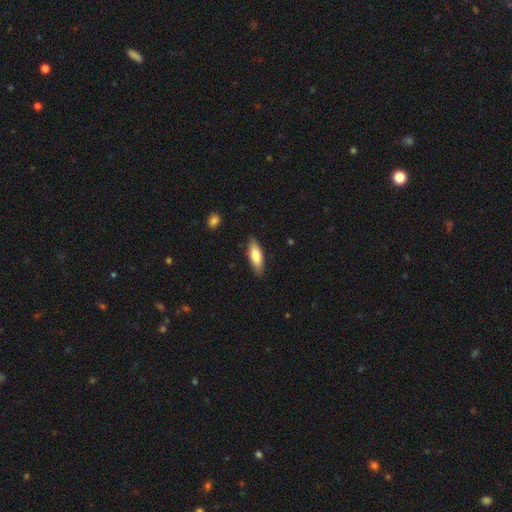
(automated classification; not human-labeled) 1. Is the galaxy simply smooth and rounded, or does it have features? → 82% smooth, 13% featured or disk, 5% star or artifact.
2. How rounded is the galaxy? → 59% in between, 39% cigar-shaped, 2% round.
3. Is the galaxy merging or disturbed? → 86% none, 10% minor disturbance, 2% major disturbance, 1% merger.